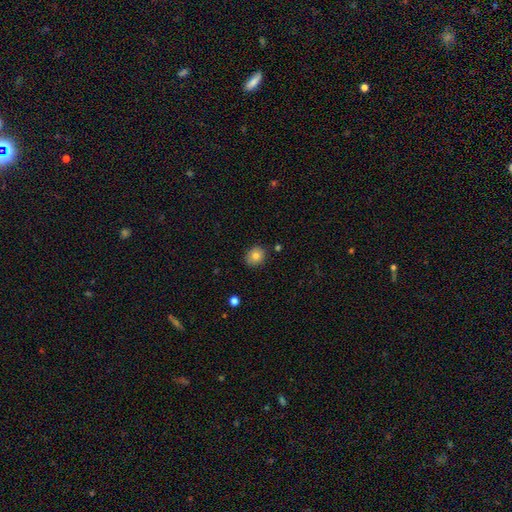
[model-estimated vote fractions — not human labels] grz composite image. It shows a smooth galaxy with no disk features (80%) that is round (68%). Merging: none (85%).